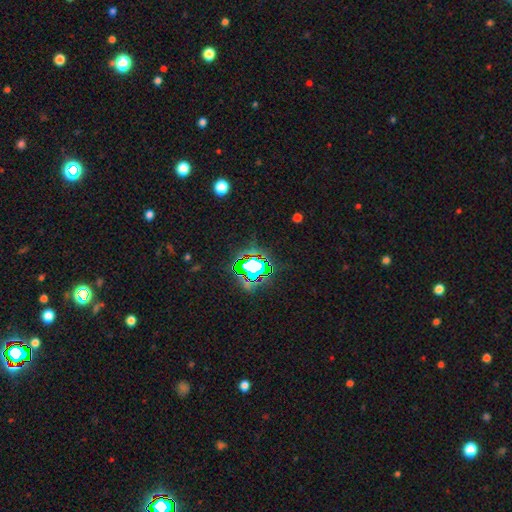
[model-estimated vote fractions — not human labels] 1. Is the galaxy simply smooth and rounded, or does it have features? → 70% star or artifact, 18% smooth, 12% featured or disk.